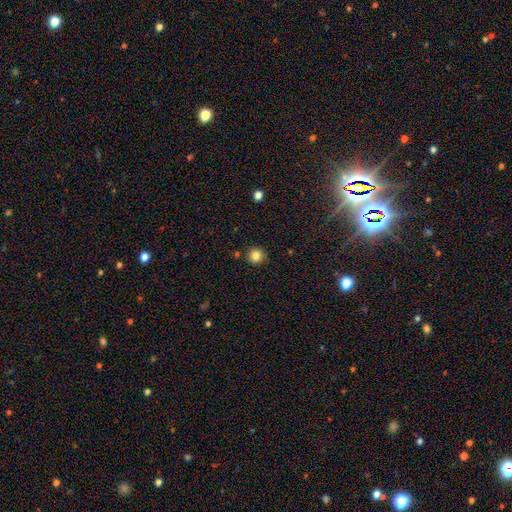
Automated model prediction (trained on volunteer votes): smooth-or-featured: smooth: 83% | star or artifact: 12% | featured or disk: 5%
  how-rounded: round: 94% | in between: 5% | cigar-shaped: 1%
  merging: none: 89% | minor disturbance: 7% | merger: 2% | major disturbance: 2%